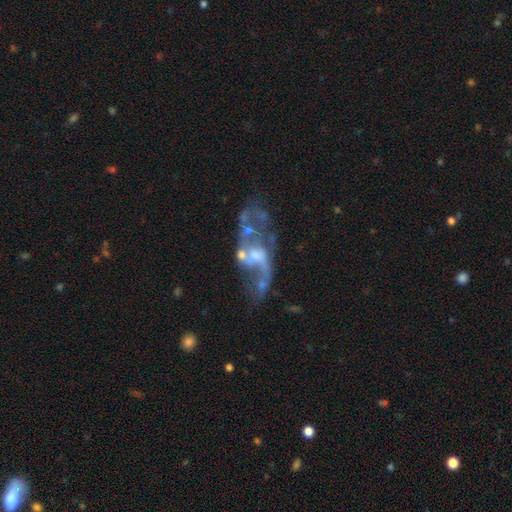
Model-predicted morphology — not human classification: A featured or disk galaxy (80%) with no bar (60%), 2 (66%) loose (72%) spiral arms (69%) and a small central bulge (37%). Merging: none (32%).